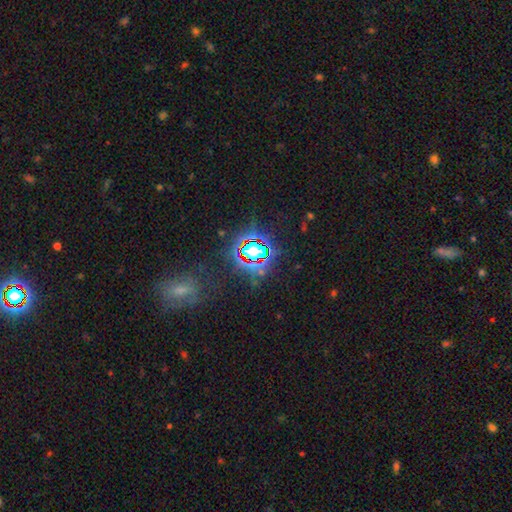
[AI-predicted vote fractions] The model was most divided on "smooth or featured": star or artifact: 78%, smooth: 13%, featured or disk: 9%.